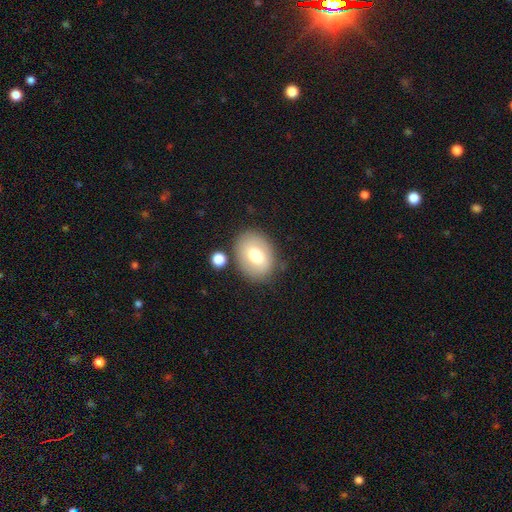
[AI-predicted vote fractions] Q: Smooth or featured?
A: smooth (70%); runner-up: featured or disk (22%)
Q: How rounded?
A: in between (69%); runner-up: round (30%)
Q: Merging?
A: none (75%); runner-up: minor disturbance (15%)